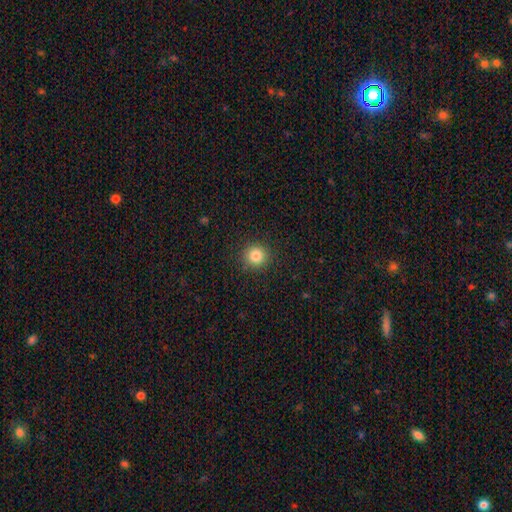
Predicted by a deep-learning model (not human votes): smooth-or-featured: smooth: 83% | star or artifact: 12% | featured or disk: 5%
  how-rounded: round: 92% | in between: 7% | cigar-shaped: 1%
  merging: none: 91% | minor disturbance: 6% | major disturbance: 2% | merger: 1%